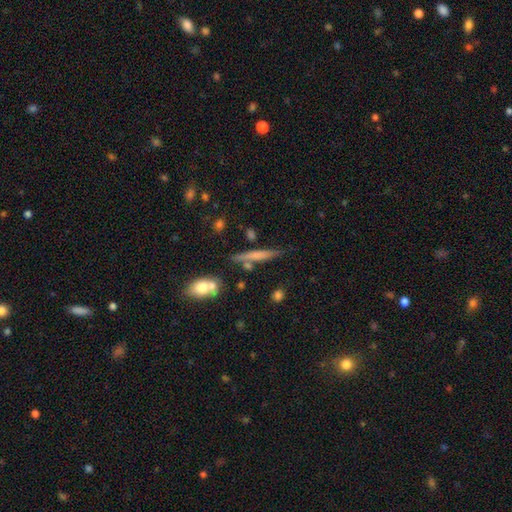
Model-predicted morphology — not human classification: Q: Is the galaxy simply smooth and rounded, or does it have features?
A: smooth — 53%.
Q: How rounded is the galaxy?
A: cigar-shaped — 90%.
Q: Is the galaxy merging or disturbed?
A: none — 73%.